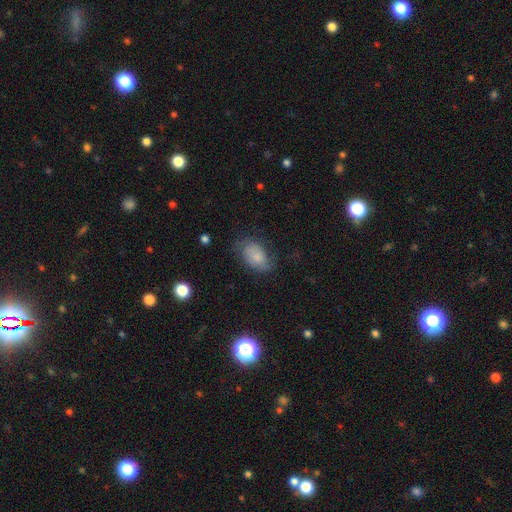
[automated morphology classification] Overall: smooth (60%; featured or disk 31%). How rounded: in between (89%). Merging: none (57%; minor disturbance 27%).